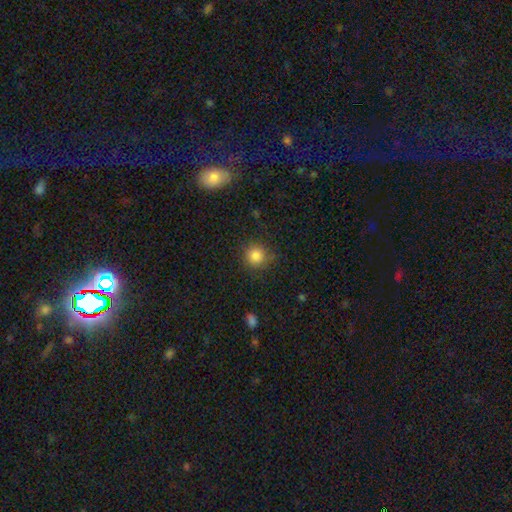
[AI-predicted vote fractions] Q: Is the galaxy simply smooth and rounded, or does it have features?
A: smooth — 83%.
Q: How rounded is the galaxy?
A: round — 93%.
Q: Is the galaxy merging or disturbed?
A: none — 85%.